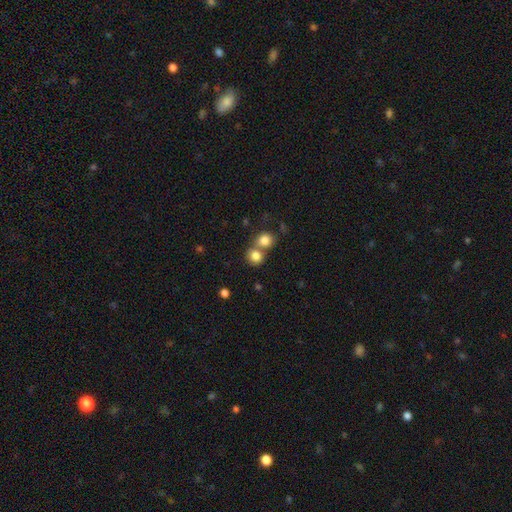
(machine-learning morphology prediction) This is clearly a smooth galaxy (82%). How rounded: clearly round (83%). Merging: possibly merger (46%).